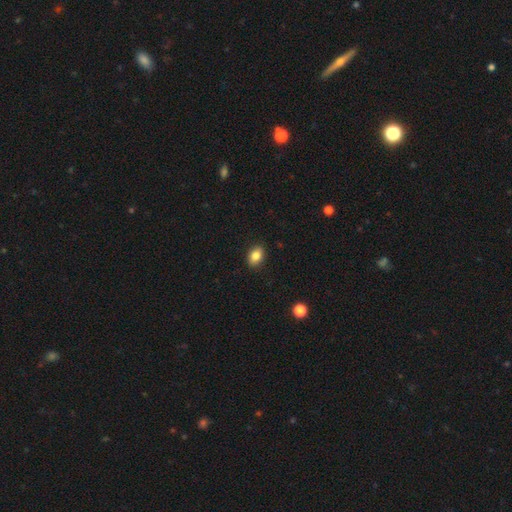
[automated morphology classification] type=smooth (84%); roundness=in between (79%); merging=none (89%).